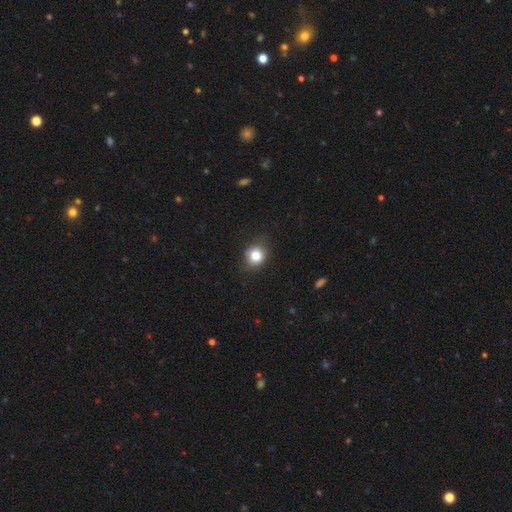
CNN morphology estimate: A smooth galaxy with no disk features (83%) that is round (77%). Merging: none (79%).